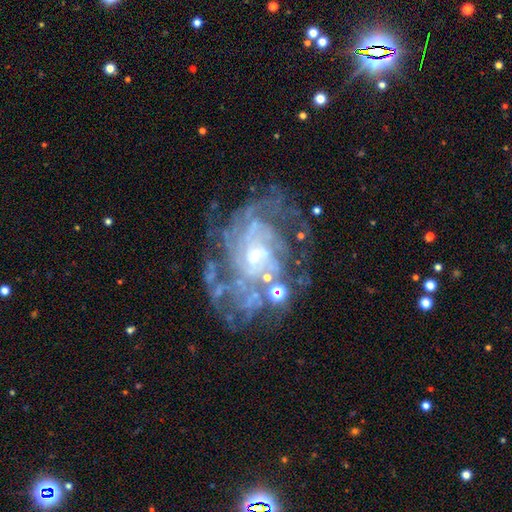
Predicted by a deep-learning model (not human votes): A featured or disk galaxy (85%) with no bar (66%), tight (60%) spiral arms (92%) and a small central bulge (63%). Merging: none (63%).